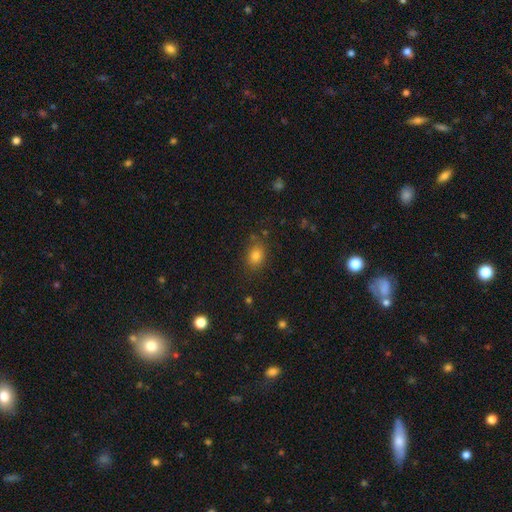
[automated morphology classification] Smooth or featured? smooth (80%)
How rounded? in between (54%)
Merging? none (79%)